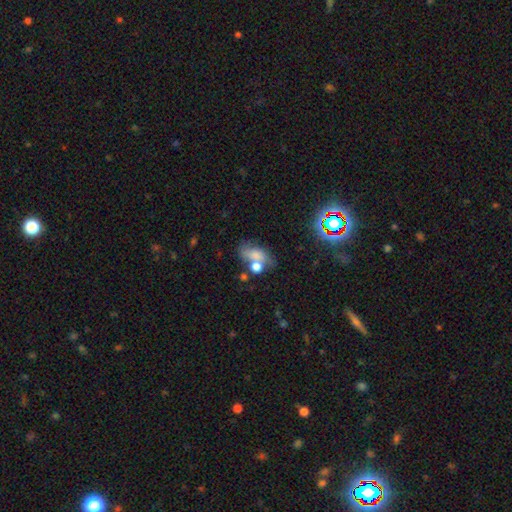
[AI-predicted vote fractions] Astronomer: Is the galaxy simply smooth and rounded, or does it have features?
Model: smooth — 61%.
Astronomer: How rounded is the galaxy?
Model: in between — 80%.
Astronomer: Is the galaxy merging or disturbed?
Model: merger — 35% (runner-up: none, 33%).